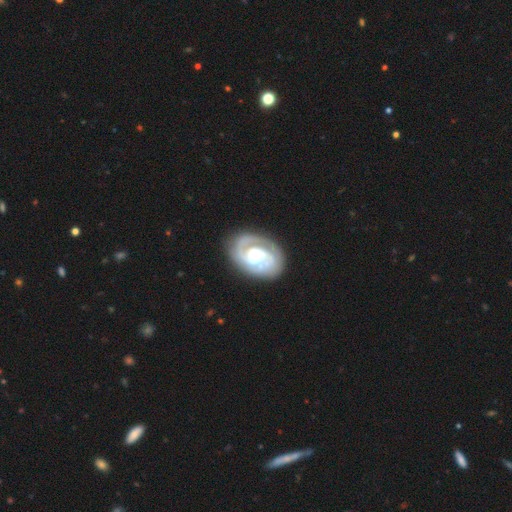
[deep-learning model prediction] This is clearly a featured or disk galaxy (88%). It is clearly not viewed edge-on (98%). Bar: possibly no (50%). Spiral arm pattern: clearly yes (97%). Spiral arm count: likely 2 (71%). Spiral winding: likely tight (63%). Central bulge: possibly moderate (59%). Merging: clearly none (80%).